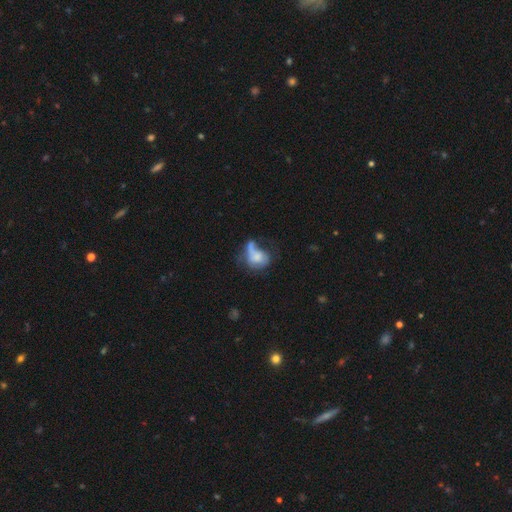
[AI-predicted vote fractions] Overall: smooth (54%; featured or disk 36%). How rounded: in between (68%; round 30%). Merging: major disturbance (35%; merger 26%).